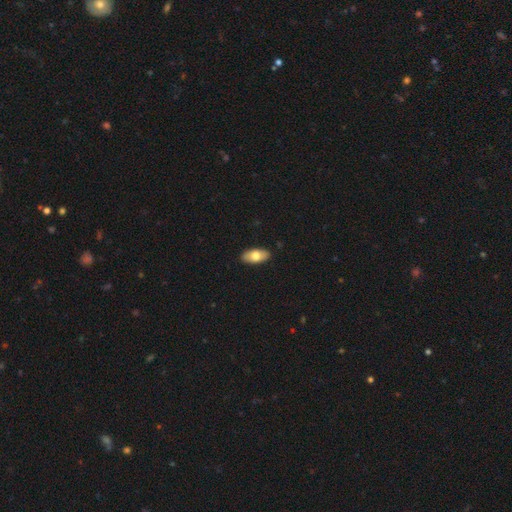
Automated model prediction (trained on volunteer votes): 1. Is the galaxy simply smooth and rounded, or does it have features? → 73% smooth, 21% featured or disk, 6% star or artifact.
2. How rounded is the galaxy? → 90% in between, 7% cigar-shaped, 3% round.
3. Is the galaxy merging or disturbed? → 89% none, 8% minor disturbance, 2% major disturbance, 1% merger.